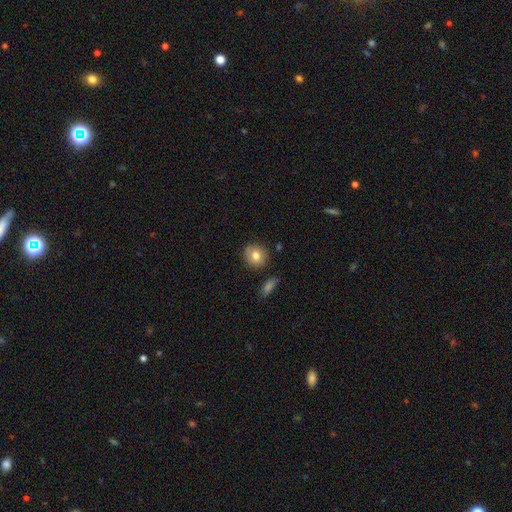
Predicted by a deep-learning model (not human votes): The model was most divided on "smooth or featured": smooth: 78%, featured or disk: 13%, star or artifact: 9%. More confident: how rounded — round (84%); merging — none (83%).